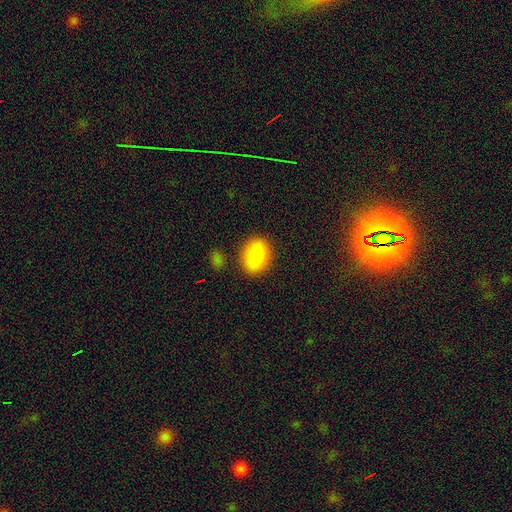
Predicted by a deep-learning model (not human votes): Smooth or featured? Predicted: smooth (p=0.86). How rounded? Predicted: in between (p=0.66). Merging? Predicted: none (p=0.85).